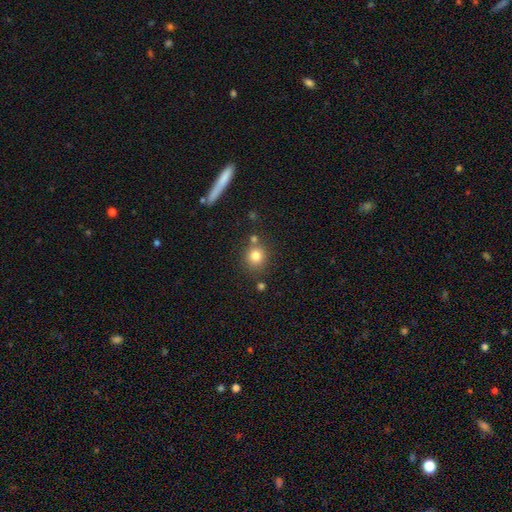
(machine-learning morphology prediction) smooth-or-featured: smooth: 80% | star or artifact: 12% | featured or disk: 8%
  how-rounded: round: 88% | in between: 11% | cigar-shaped: 1%
  merging: none: 73% | merger: 13% | minor disturbance: 10% | major disturbance: 4%